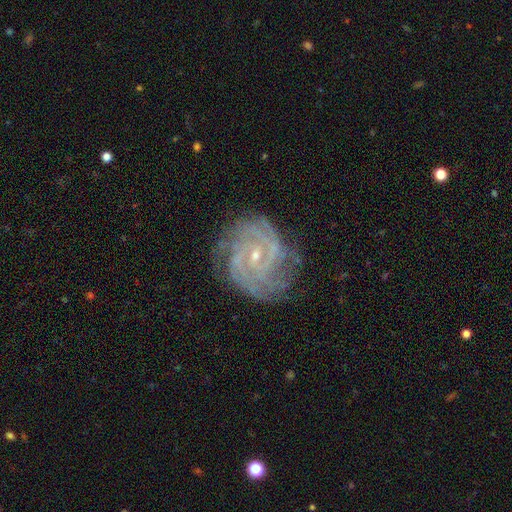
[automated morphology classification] A featured or disk galaxy (88%) with no bar (45%), 4 (22%) tight (73%) spiral arms (98%) and a small central bulge (78%). Merging: none (77%).